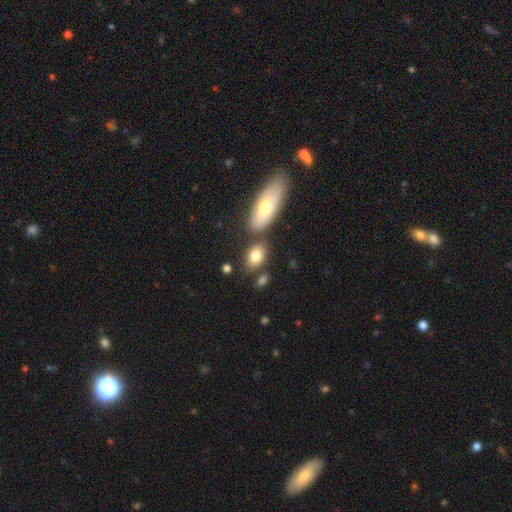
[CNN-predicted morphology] smooth 81%, featured or disk 12%, star or artifact 7%. Down the decision tree: how rounded — in between (81%); merging — none (68%).